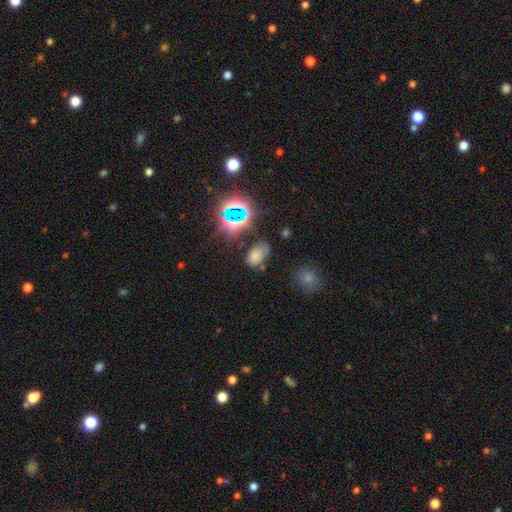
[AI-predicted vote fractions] smooth_or_featured: smooth (p=0.63) [alt: star or artifact p=0.29]
how_rounded: in between (p=0.90) [alt: round p=0.09]
merging: none (p=0.59) [alt: minor disturbance p=0.25]